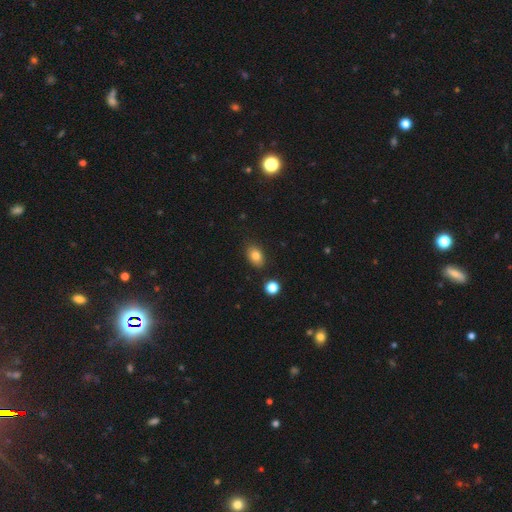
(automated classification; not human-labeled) A smooth galaxy with no disk features (82%) that is in between round and cigar-shaped (81%). Merging: none (84%).